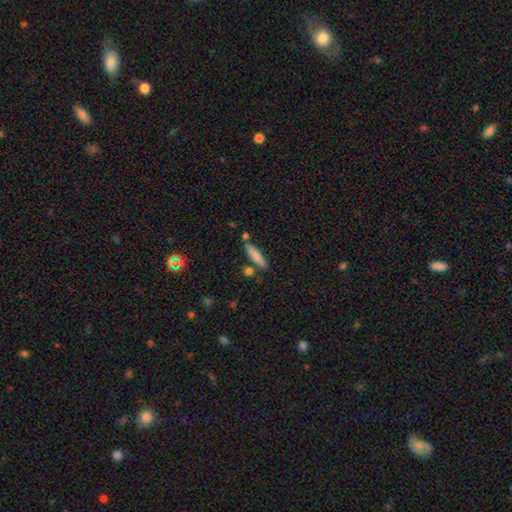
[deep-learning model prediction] This appears to be a smooth galaxy with no disk features (80%) that is cigar-shaped (77%). Merging: none (77%).